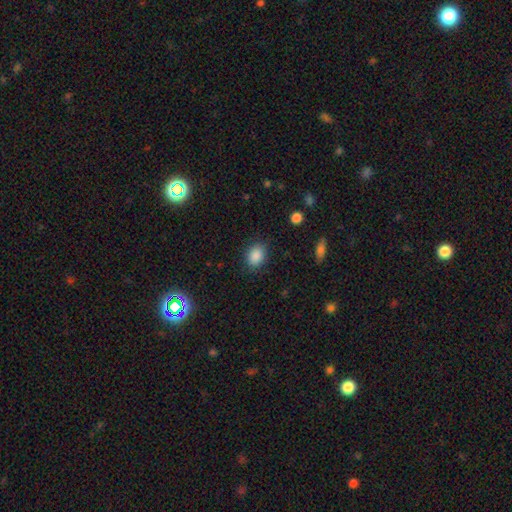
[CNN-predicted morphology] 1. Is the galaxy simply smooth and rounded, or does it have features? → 87% smooth, 9% star or artifact, 4% featured or disk.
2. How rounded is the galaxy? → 63% in between, 36% round, 1% cigar-shaped.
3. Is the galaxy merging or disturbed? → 84% none, 11% minor disturbance, 3% major disturbance, 1% merger.